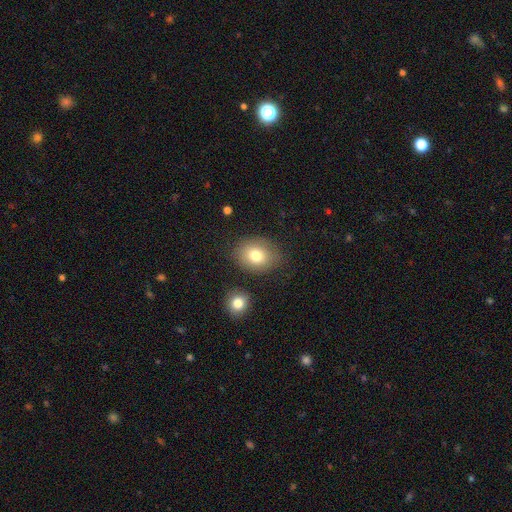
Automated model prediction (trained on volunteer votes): Smooth or featured?
  - smooth: 78% *
  - featured or disk: 11%
  - star or artifact: 10%
How rounded?
  - in between: 54% *
  - round: 45%
  - cigar-shaped: 1%
Merging?
  - none: 77% *
  - minor disturbance: 13%
  - merger: 5%
  - major disturbance: 4%